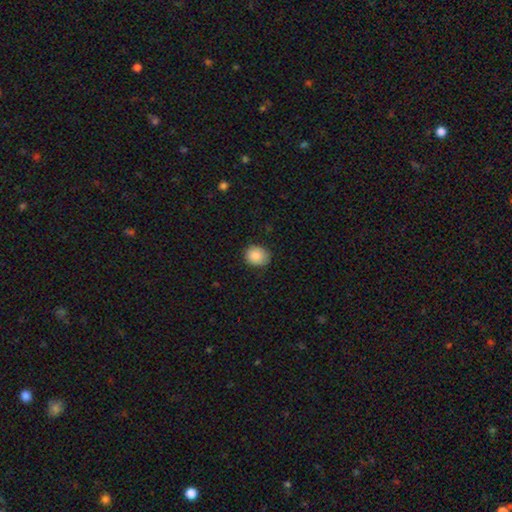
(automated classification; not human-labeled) A smooth galaxy with no disk features (86%) that is round (68%).

Vote fractions:
- Smooth or featured? smooth: 86% / star or artifact: 9% / featured or disk: 6%
- How rounded? round: 68% / in between: 31% / cigar-shaped: 1%
- Merging? none: 83% / minor disturbance: 14% / major disturbance: 2% / merger: 1%